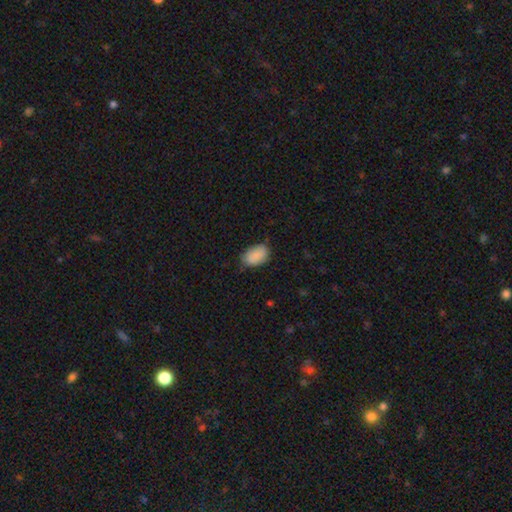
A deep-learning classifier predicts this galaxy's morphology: Overall: smooth (88%). How rounded: in between (91%). Merging: none (73%).